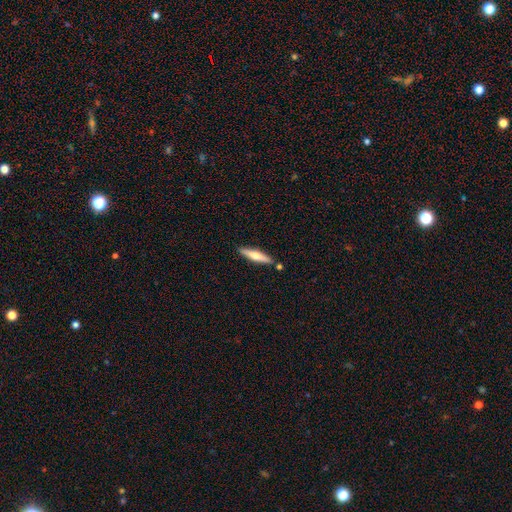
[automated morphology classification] A smooth galaxy with no disk features (50%) that is cigar-shaped (83%). Merging: none (84%).